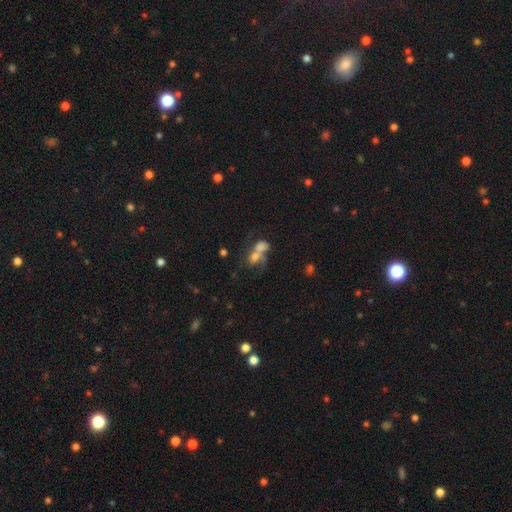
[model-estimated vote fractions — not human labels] Smooth or featured? Predicted: smooth (p=0.57). How rounded? Predicted: in between (p=0.68). Merging? Predicted: merger (p=0.66).